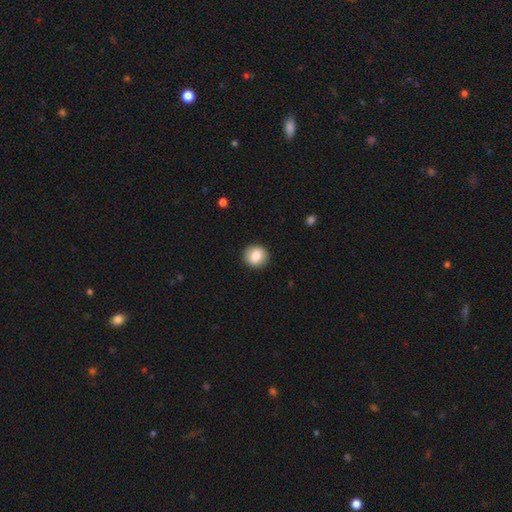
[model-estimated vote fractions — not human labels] A smooth galaxy with no disk features (81%) that is round (87%).

Vote fractions:
- Smooth or featured? smooth: 81% / featured or disk: 11% / star or artifact: 8%
- How rounded? round: 87% / in between: 12% / cigar-shaped: 1%
- Merging? none: 91% / minor disturbance: 6% / major disturbance: 2% / merger: 1%